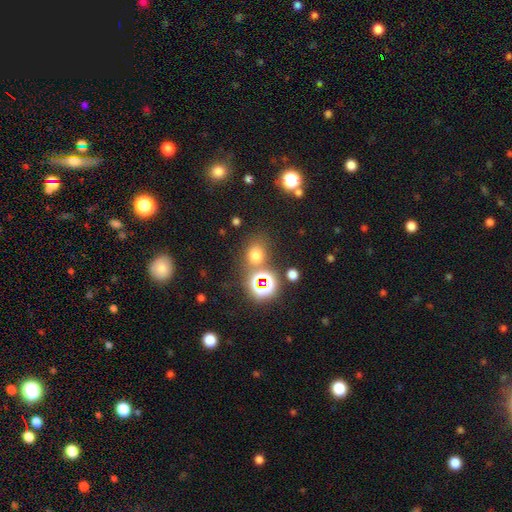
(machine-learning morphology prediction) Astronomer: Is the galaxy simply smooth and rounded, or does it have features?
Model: smooth — 65%.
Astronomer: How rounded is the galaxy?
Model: round — 66%.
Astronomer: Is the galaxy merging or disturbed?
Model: none — 70%.